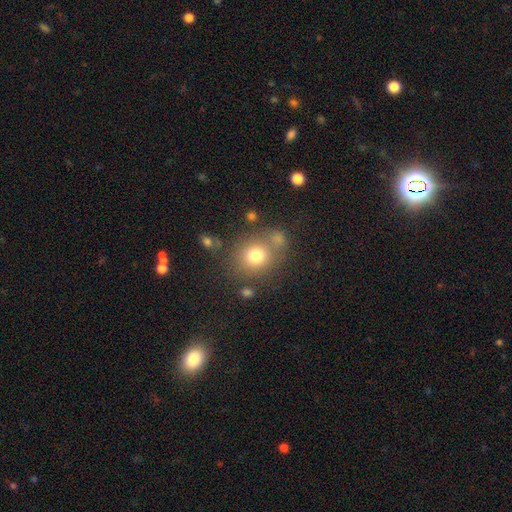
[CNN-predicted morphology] This is likely a smooth galaxy (76%). How rounded: likely round (72%). Merging: likely none (66%).